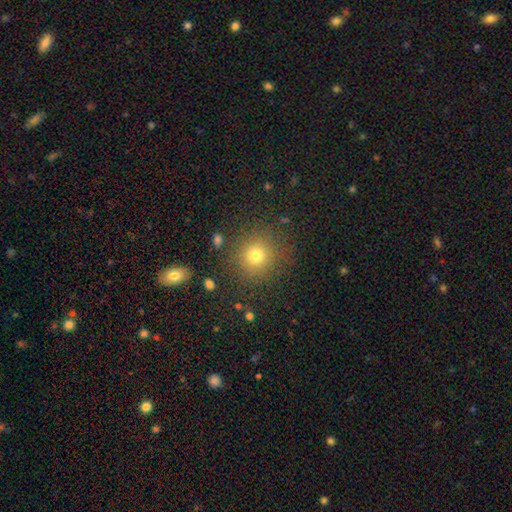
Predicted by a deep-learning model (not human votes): A smooth galaxy with no disk features (75%) that is round (89%).

Vote fractions:
- Smooth or featured? smooth: 75% / star or artifact: 17% / featured or disk: 8%
- How rounded? round: 89% / in between: 10% / cigar-shaped: 1%
- Merging? none: 85% / minor disturbance: 9% / major disturbance: 4% / merger: 3%